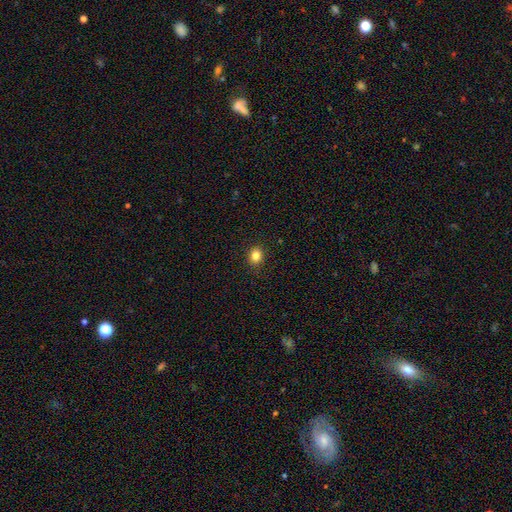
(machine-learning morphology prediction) Smooth or featured? Predicted: smooth (p=0.83). How rounded? Predicted: round (p=0.61). Merging? Predicted: none (p=0.90).